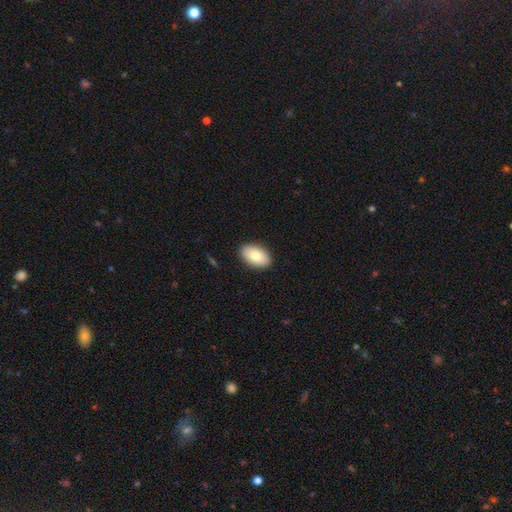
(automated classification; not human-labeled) This appears to be a smooth galaxy with no disk features (79%) that is in between round and cigar-shaped (93%). Merging: none (89%).